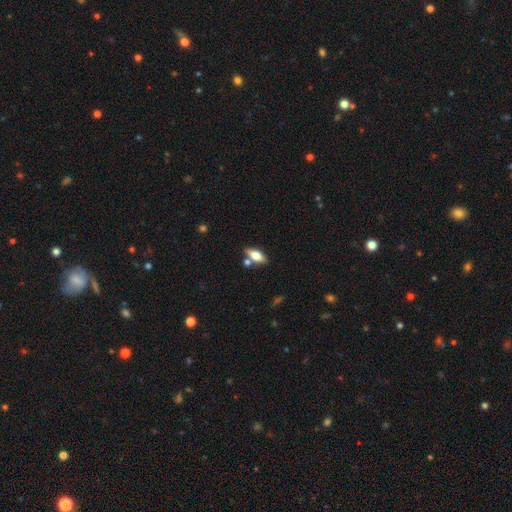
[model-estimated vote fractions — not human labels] Smooth or featured? smooth (60%)
How rounded? in between (77%)
Merging? none (69%)